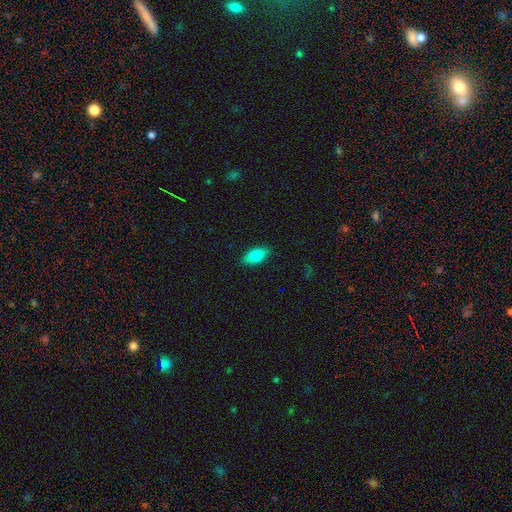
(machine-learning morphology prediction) Q: Smooth or featured?
A: smooth (80%); runner-up: featured or disk (13%)
Q: How rounded?
A: in between (88%); runner-up: cigar-shaped (8%)
Q: Merging?
A: none (88%); runner-up: minor disturbance (9%)